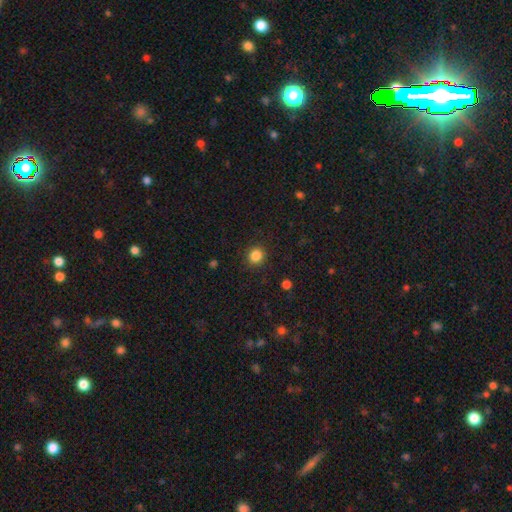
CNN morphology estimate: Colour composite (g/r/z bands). It shows a smooth galaxy with no disk features (85%) that is round (88%). Merging: none (90%).